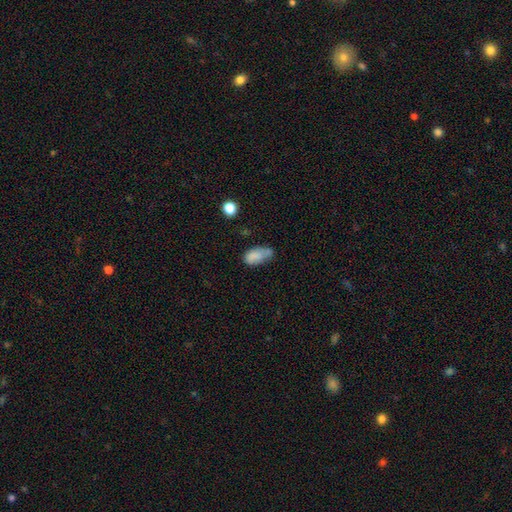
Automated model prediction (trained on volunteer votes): smooth-or-featured: smooth: 77% | featured or disk: 13% | star or artifact: 10%
  how-rounded: in between: 91% | round: 5% | cigar-shaped: 4%
  merging: none: 40% | minor disturbance: 34% | major disturbance: 13% | merger: 13%